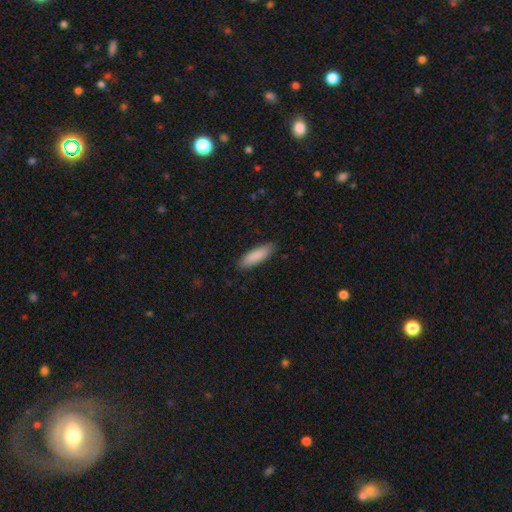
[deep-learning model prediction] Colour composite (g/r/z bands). It shows a smooth galaxy with no disk features (88%) that is cigar-shaped (58%). Merging: none (87%).